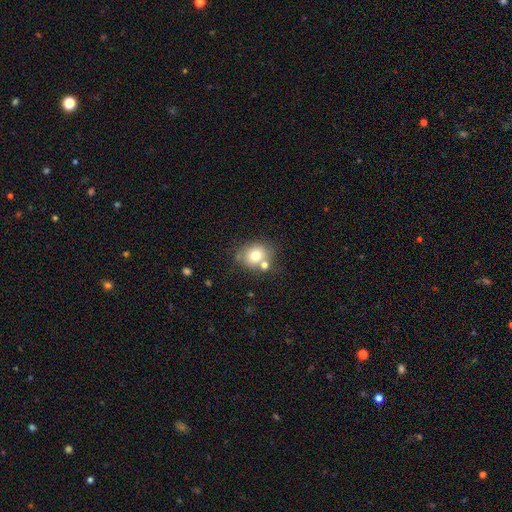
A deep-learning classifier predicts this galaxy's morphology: Smooth or featured: smooth — 74% (featured or disk — 15%)
How rounded: round — 64% (in between — 35%)
Merging: none — 61% (merger — 20%)